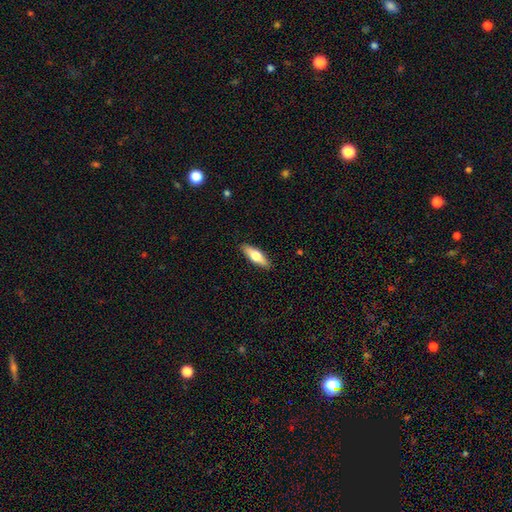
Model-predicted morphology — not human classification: This is possibly a smooth galaxy (58%). How rounded: possibly in between (49%). Merging: clearly none (89%).